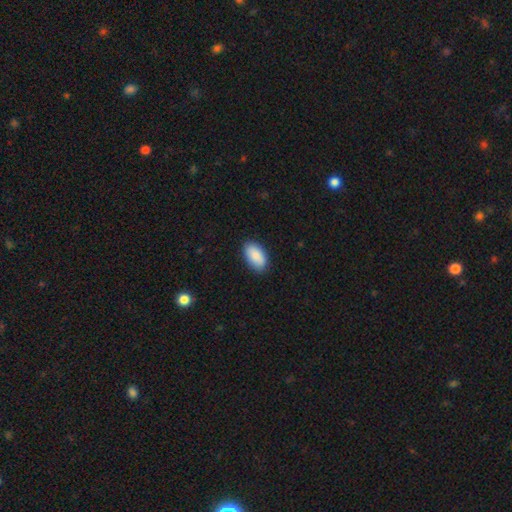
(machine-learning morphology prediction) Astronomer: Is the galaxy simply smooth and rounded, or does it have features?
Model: smooth — 89%.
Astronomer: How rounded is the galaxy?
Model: in between — 94%.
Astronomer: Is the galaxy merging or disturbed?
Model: none — 87%.